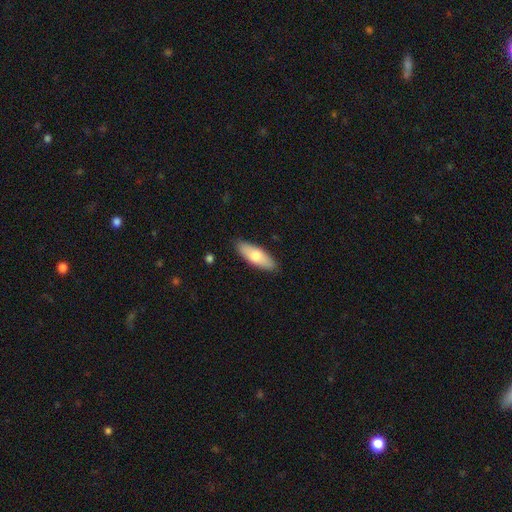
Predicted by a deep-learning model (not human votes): Morphology: type=smooth (71%); roundness=in between (63%); merging=none (87%).